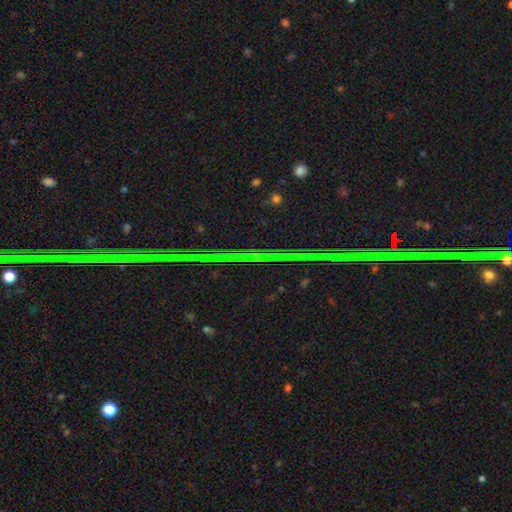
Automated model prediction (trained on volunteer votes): A star or artifact, not a galaxy (88%).

Vote fractions:
- Smooth or featured? star or artifact: 88% / featured or disk: 7% / smooth: 5%